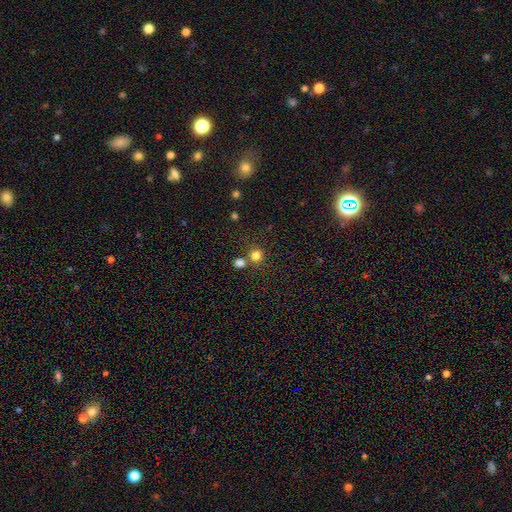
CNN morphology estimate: type=smooth (78%); roundness=round (88%); merging=none (66%).